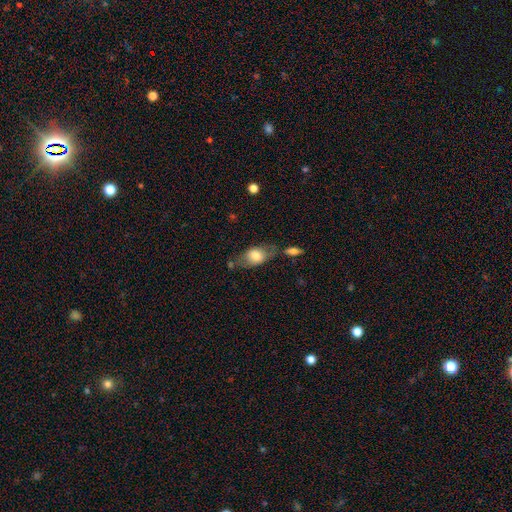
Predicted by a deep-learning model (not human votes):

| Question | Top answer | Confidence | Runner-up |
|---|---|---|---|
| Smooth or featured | smooth | 69% | featured or disk (24%) |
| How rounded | in between | 85% | round (11%) |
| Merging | none | 53% | minor disturbance (22%) |